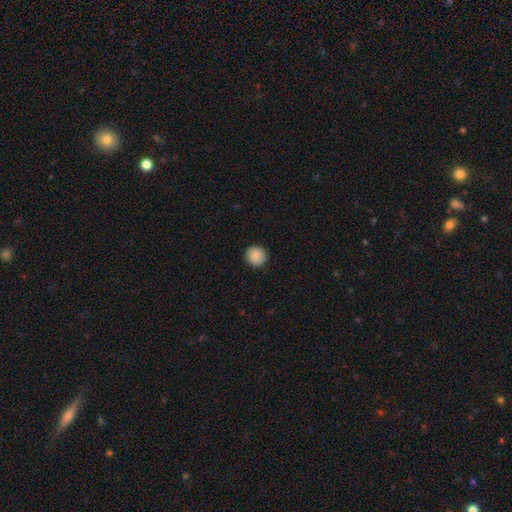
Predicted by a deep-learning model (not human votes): Morphology: type=smooth (87%); roundness=round (93%); merging=none (90%).